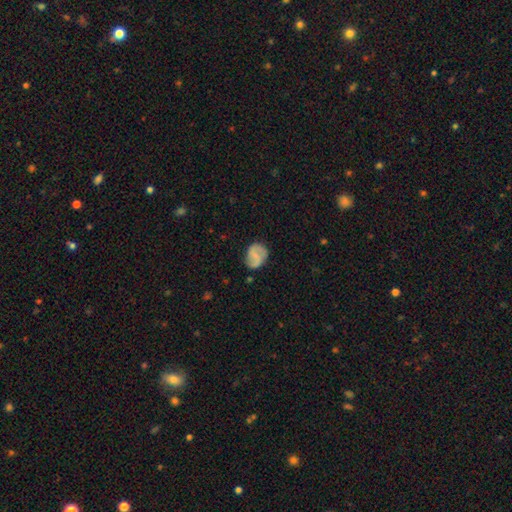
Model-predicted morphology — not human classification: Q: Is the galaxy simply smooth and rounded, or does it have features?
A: featured or disk — 46%, tied with smooth.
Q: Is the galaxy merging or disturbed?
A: none — 73%.